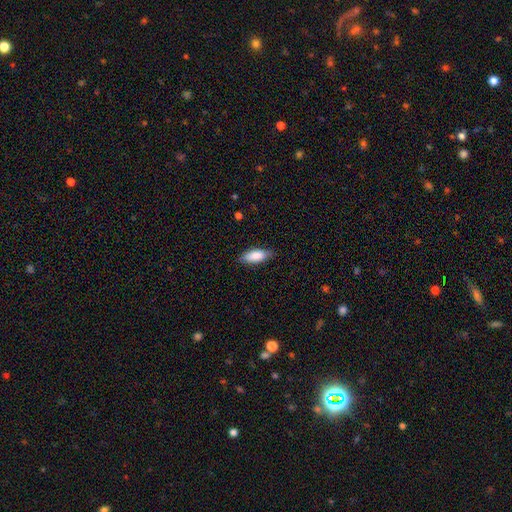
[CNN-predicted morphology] A smooth galaxy with no disk features (85%) that is in between round and cigar-shaped (80%).

Vote fractions:
- Smooth or featured? smooth: 85% / featured or disk: 9% / star or artifact: 6%
- How rounded? in between: 80% / cigar-shaped: 18% / round: 2%
- Merging? none: 81% / minor disturbance: 15% / major disturbance: 3% / merger: 1%